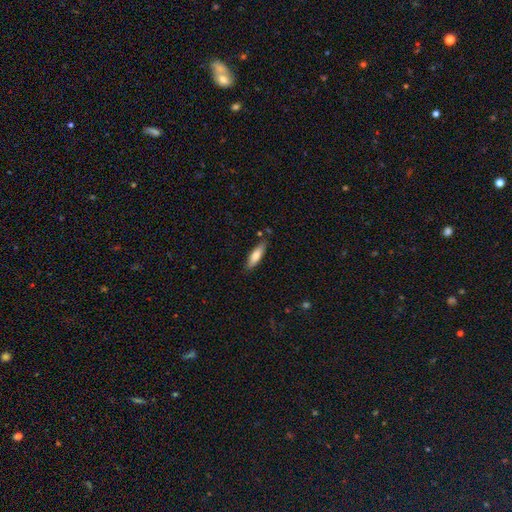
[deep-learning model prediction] smooth 71%, featured or disk 24%, star or artifact 6%. Down the decision tree: how rounded — cigar-shaped (57%); merging — none (82%).